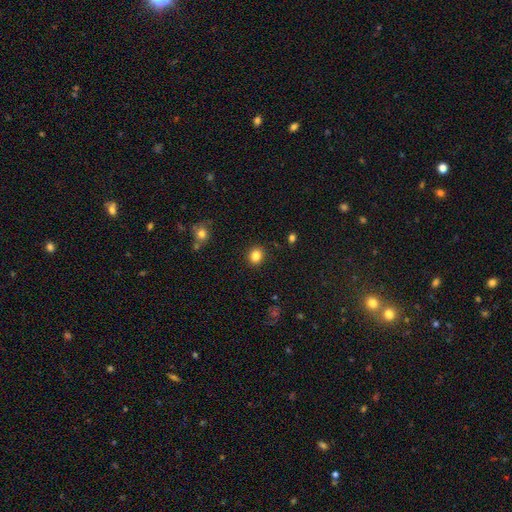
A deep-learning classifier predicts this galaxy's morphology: Q: Smooth or featured?
A: smooth (84%); runner-up: star or artifact (11%)
Q: How rounded?
A: round (70%); runner-up: in between (29%)
Q: Merging?
A: none (90%); runner-up: minor disturbance (7%)